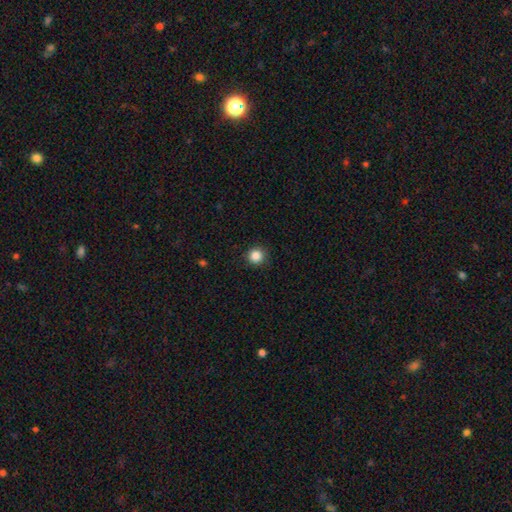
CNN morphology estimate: smooth 86%, star or artifact 11%, featured or disk 3%. Down the decision tree: how rounded — round (95%); merging — none (91%).